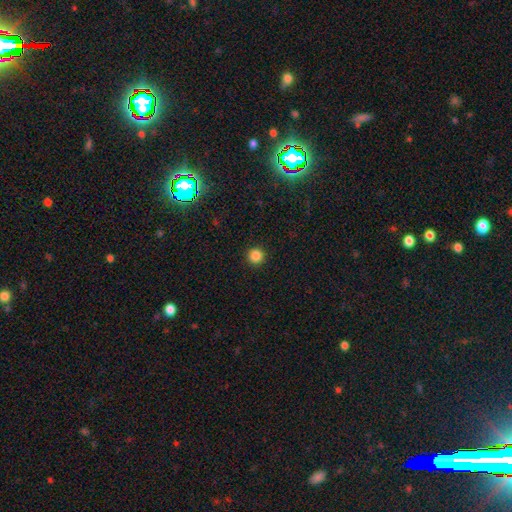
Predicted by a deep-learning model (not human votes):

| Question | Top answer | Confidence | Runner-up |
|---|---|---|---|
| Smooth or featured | smooth | 85% | star or artifact (12%) |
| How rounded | round | 96% | in between (3%) |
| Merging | none | 93% | minor disturbance (4%) |